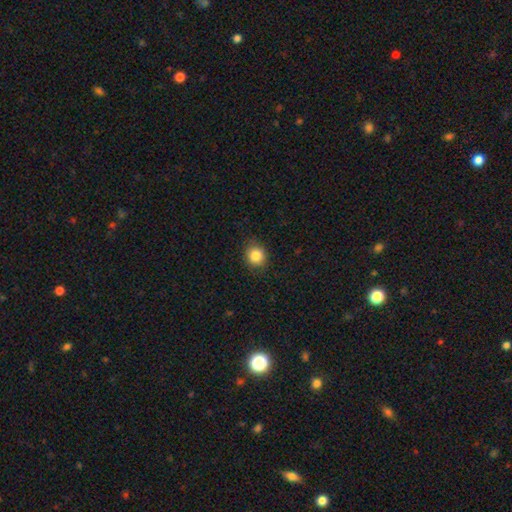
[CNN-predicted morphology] This appears to be a smooth galaxy with no disk features (85%) that is round (82%). Merging: none (86%).